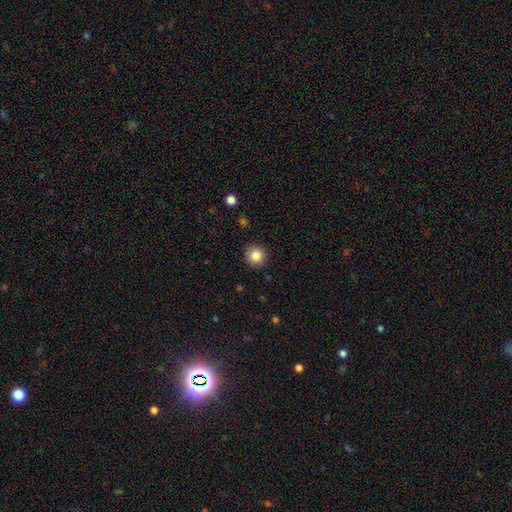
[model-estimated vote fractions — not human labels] This is clearly a smooth galaxy (85%). How rounded: clearly round (95%). Merging: clearly none (92%).